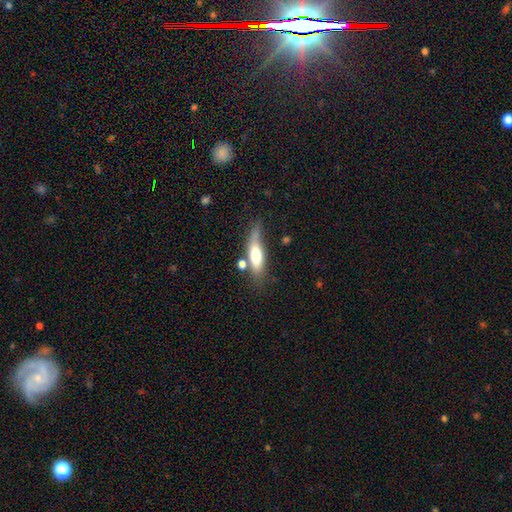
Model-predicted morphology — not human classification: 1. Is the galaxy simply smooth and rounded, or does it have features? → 60% smooth, 34% featured or disk, 6% star or artifact.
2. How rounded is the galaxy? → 56% cigar-shaped, 41% in between, 3% round.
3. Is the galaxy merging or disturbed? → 52% none, 23% minor disturbance, 15% merger, 10% major disturbance.